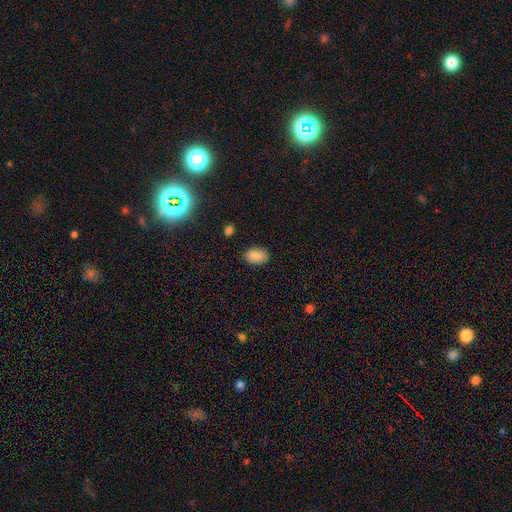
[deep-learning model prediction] smooth 88%, star or artifact 9%, featured or disk 3%. Down the decision tree: how rounded — in between (89%); merging — none (85%).